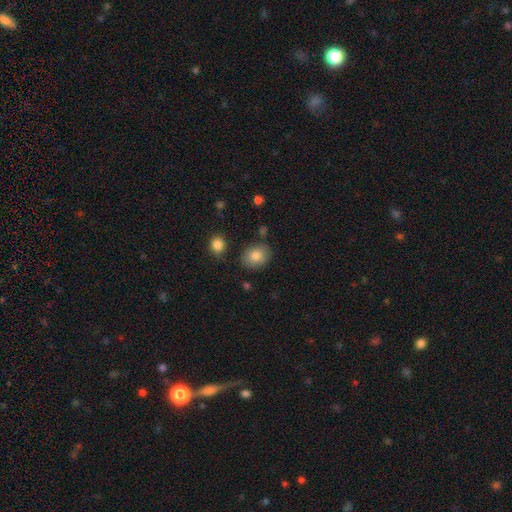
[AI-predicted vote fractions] Smooth or featured? Predicted: smooth (p=0.83). How rounded? Predicted: in between (p=0.54). Merging? Predicted: none (p=0.79).